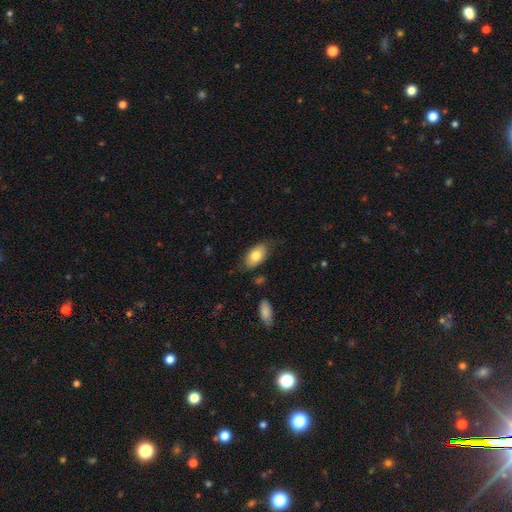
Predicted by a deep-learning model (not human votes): smooth-or-featured: smooth: 78% | featured or disk: 15% | star or artifact: 7%
  how-rounded: in between: 93% | round: 4% | cigar-shaped: 2%
  merging: none: 77% | minor disturbance: 16% | major disturbance: 4% | merger: 3%